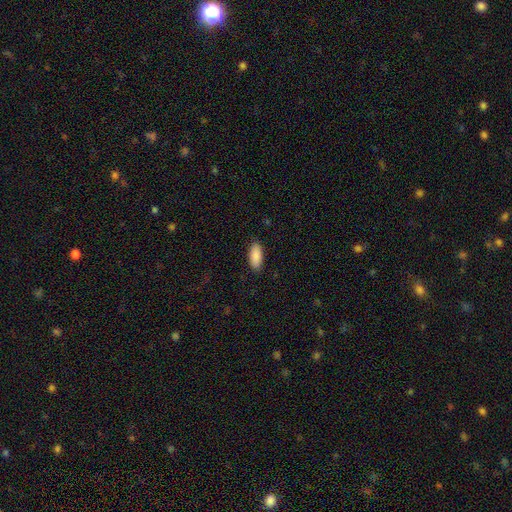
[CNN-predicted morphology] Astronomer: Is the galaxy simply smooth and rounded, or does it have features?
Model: smooth — 89%.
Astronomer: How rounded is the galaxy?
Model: in between — 86%.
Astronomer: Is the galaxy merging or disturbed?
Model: none — 88%.